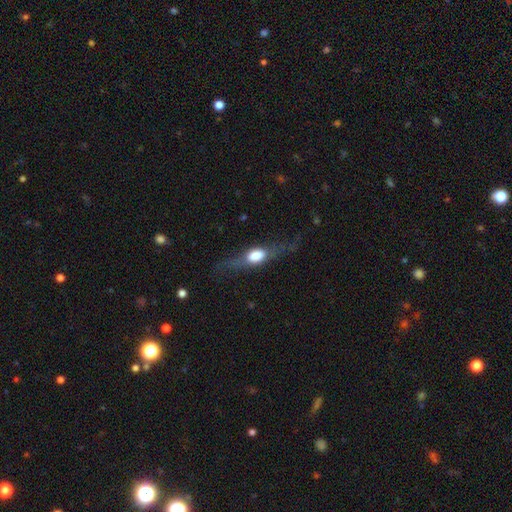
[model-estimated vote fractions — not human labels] The model was most divided on "smooth or featured": featured or disk: 54%, smooth: 39%, star or artifact: 7%. More confident: edge-on disk — yes (84%); merging — none (66%).